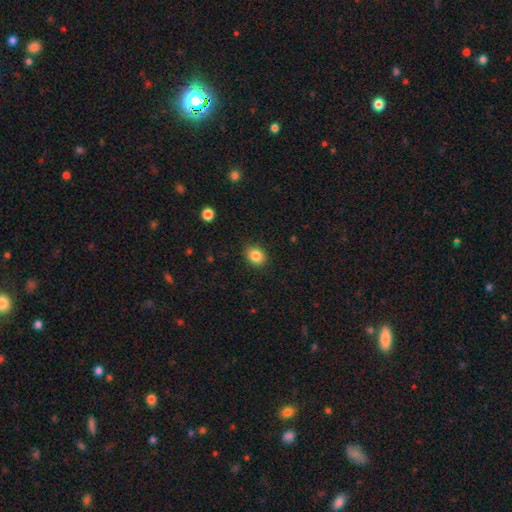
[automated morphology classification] This appears to be a smooth galaxy with no disk features (85%) that is round (54%). Merging: none (88%).